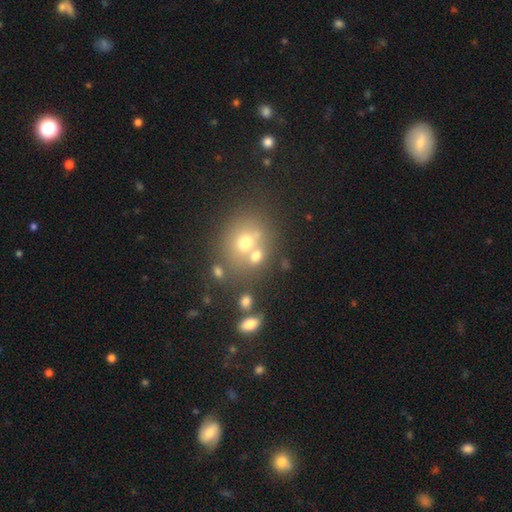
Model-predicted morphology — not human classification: Q: Smooth or featured?
A: smooth (64%); runner-up: featured or disk (19%)
Q: How rounded?
A: round (71%); runner-up: in between (27%)
Q: Merging?
A: none (47%); runner-up: merger (38%)